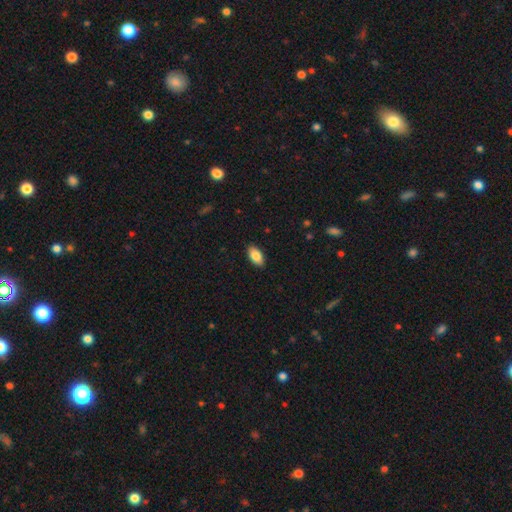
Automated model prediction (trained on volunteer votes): This is clearly a smooth galaxy (86%). How rounded: clearly in between (94%). Merging: clearly none (89%).